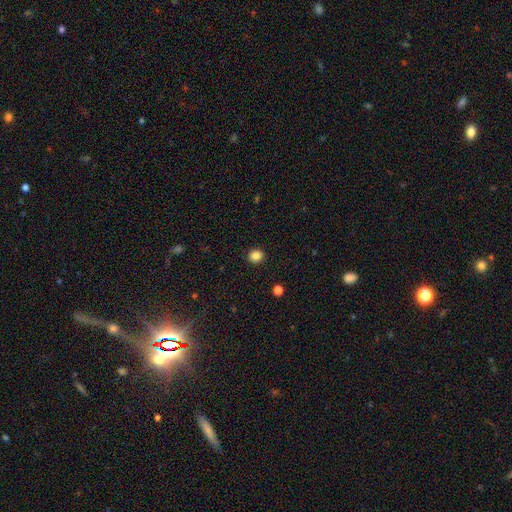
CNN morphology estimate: smooth_or_featured: smooth (p=0.86) [alt: star or artifact p=0.10]
how_rounded: round (p=0.75) [alt: in between p=0.24]
merging: none (p=0.91) [alt: minor disturbance p=0.06]